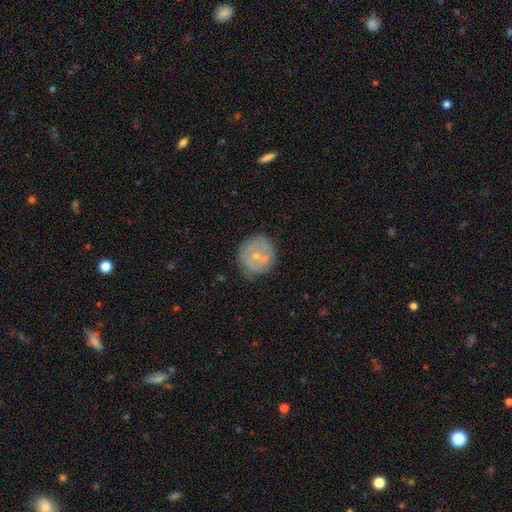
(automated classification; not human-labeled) A smooth galaxy with no disk features (51%) that is round (88%).

Vote fractions:
- Smooth or featured? smooth: 51% / featured or disk: 39% / star or artifact: 9%
- How rounded? round: 88% / in between: 11% / cigar-shaped: 1%
- Merging? none: 69% / minor disturbance: 18% / merger: 8% / major disturbance: 5%